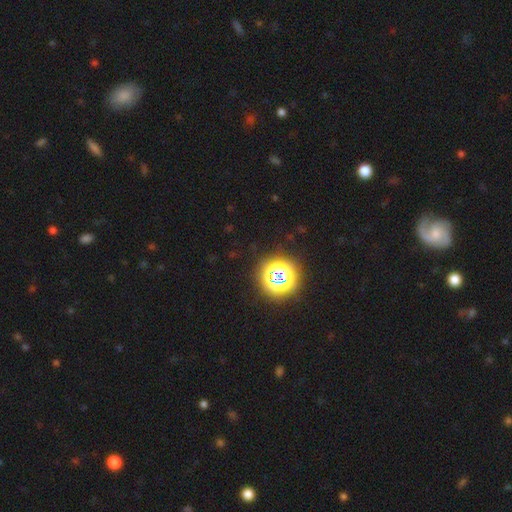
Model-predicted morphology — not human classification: Smooth or featured? Predicted: star or artifact (p=0.77).